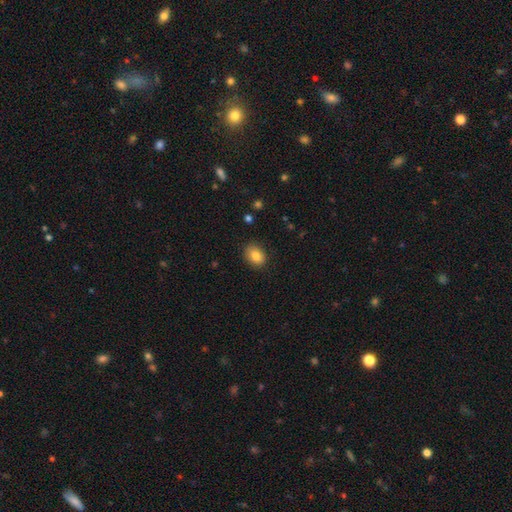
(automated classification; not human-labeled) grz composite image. It shows a smooth galaxy with no disk features (83%) that is in between round and cigar-shaped (69%). Merging: none (85%).